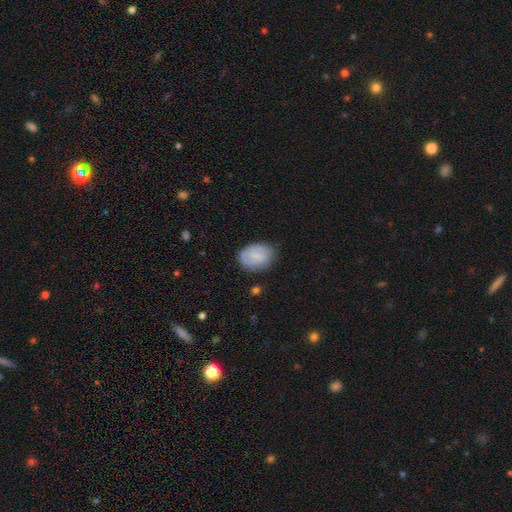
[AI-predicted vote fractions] A smooth galaxy with no disk features (66%) that is in between round and cigar-shaped (70%). Merging: none (74%).